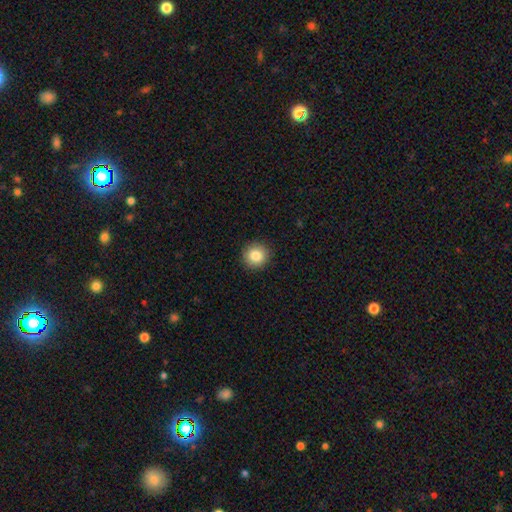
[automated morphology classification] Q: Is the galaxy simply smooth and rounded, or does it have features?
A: smooth — 84%.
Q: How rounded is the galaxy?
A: round — 92%.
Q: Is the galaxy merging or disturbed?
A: none — 92%.